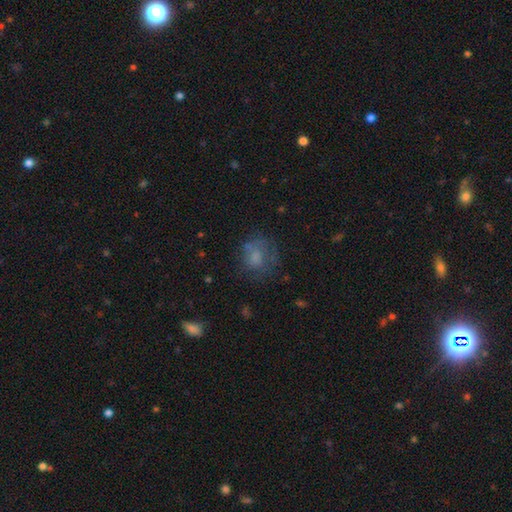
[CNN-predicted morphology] Smooth or featured? Predicted: smooth (p=0.62). How rounded? Predicted: round (p=0.65). Merging? Predicted: none (p=0.54).